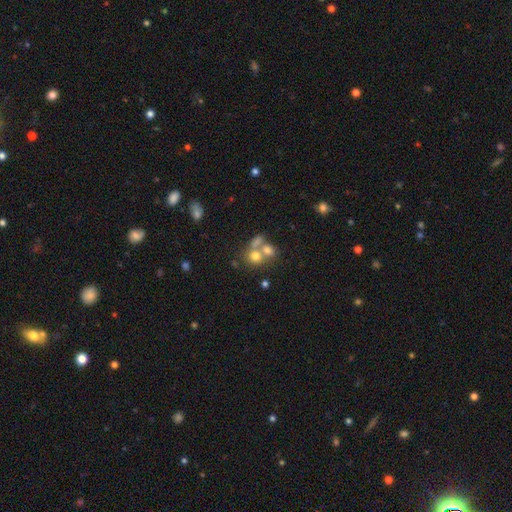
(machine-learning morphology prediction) A smooth galaxy with no disk features (68%) that is round (73%).

Vote fractions:
- Smooth or featured? smooth: 68% / featured or disk: 19% / star or artifact: 14%
- How rounded? round: 73% / in between: 26% / cigar-shaped: 1%
- Merging? merger: 50% / none: 36% / minor disturbance: 8% / major disturbance: 5%